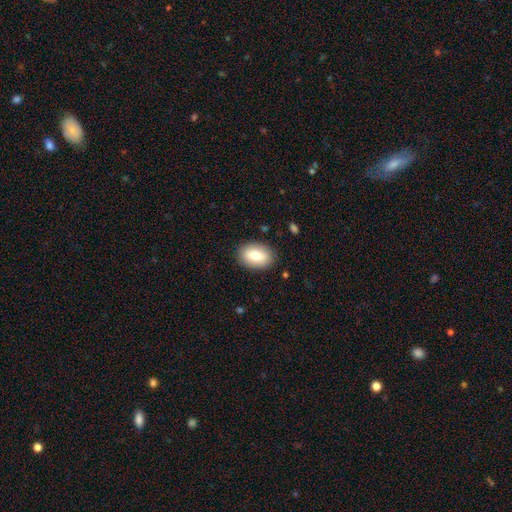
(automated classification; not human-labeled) Overall: smooth (77%). How rounded: in between (85%). Merging: none (87%).